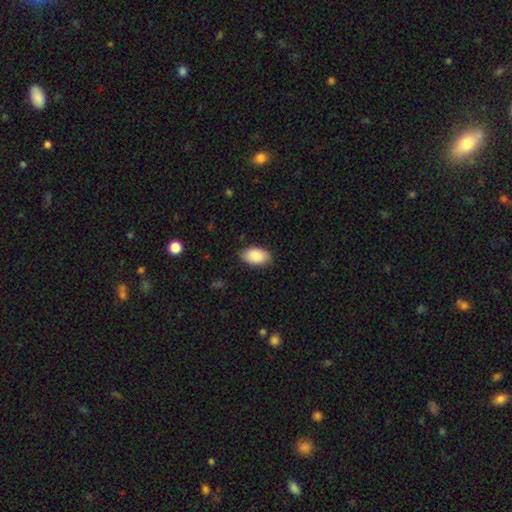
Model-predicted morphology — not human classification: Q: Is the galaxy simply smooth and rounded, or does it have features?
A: smooth — 89%.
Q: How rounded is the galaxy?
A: in between — 94%.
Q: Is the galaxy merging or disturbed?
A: none — 84%.